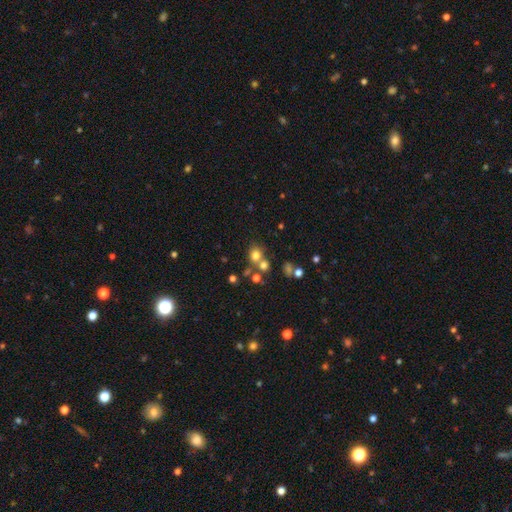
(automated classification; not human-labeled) This appears to be a smooth galaxy with no disk features (72%) that is round (76%). Merging: none (54%).